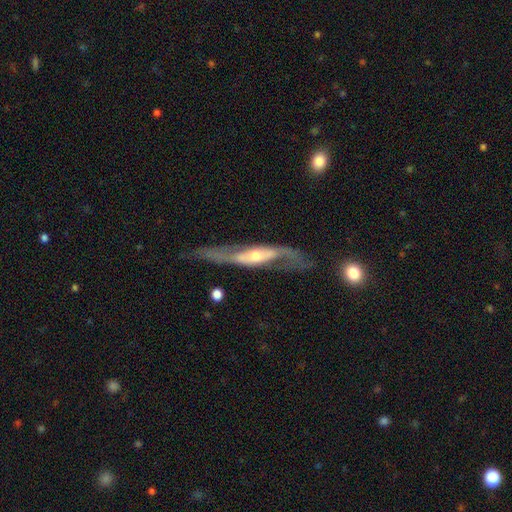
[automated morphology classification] A featured or disk galaxy (82%).

Vote fractions:
- Smooth or featured? featured or disk: 82% / smooth: 13% / star or artifact: 5%
- Edge-on disk? no: 56% / yes: 44%
- Merging? none: 61% / minor disturbance: 19% / major disturbance: 17% / merger: 4%